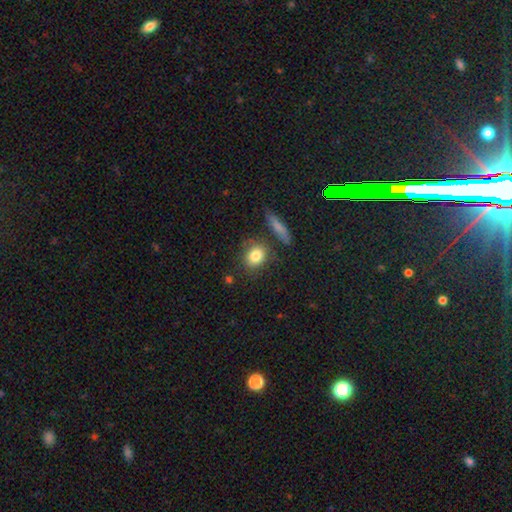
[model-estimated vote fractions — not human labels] The model was most divided on "how rounded": round: 58%, in between: 39%, cigar-shaped: 4%. More confident: smooth or featured — smooth (83%); merging — none (75%).